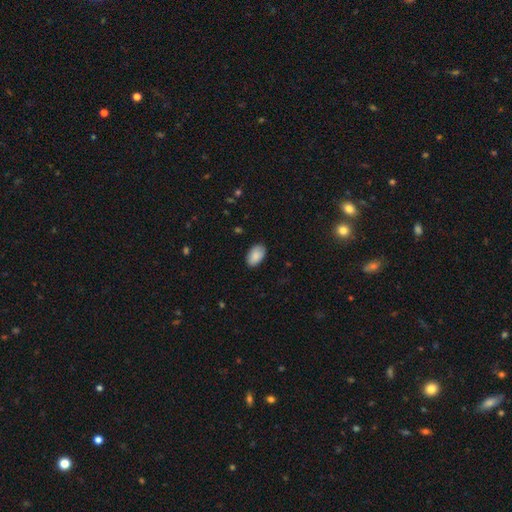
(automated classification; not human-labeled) A smooth galaxy with no disk features (88%) that is in between round and cigar-shaped (92%). Merging: none (86%).